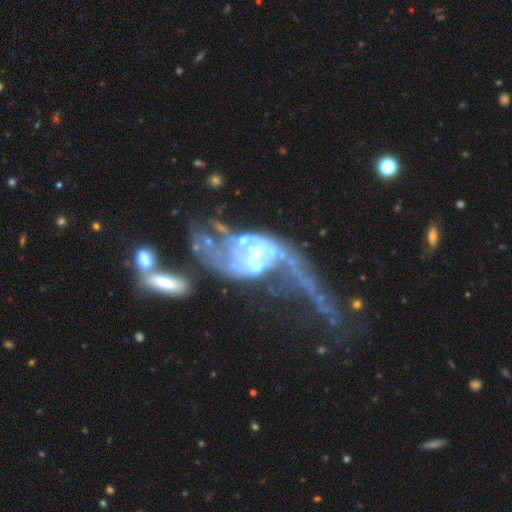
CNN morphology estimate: Overall: featured or disk (84%). Edge-on disk: no (97%). Bar: no (45%; weak 35%). Spiral arms: yes (75%). Spiral arm count: 2 (60%; can't tell 21%). Spiral winding: loose (58%; medium 29%). Bulge size: moderate (43%; small 36%). Merging: major disturbance (47%; merger 28%).